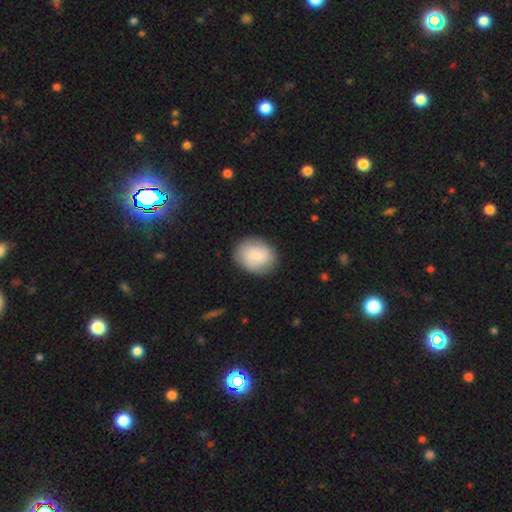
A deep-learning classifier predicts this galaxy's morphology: Smooth or featured: smooth — 80% (featured or disk — 14%)
How rounded: in between — 55% (round — 44%)
Merging: none — 84% (minor disturbance — 12%)